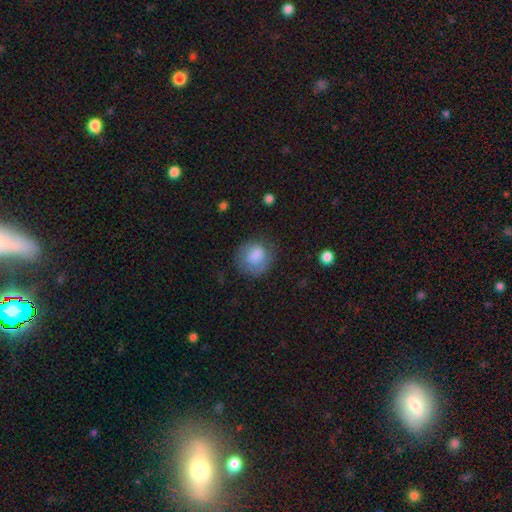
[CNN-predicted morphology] Overall: smooth (78%). How rounded: round (75%). Merging: none (66%).